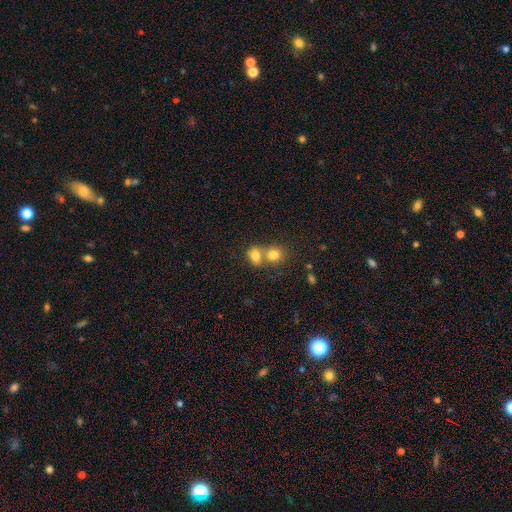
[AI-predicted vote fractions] The model was most divided on "how rounded": in between: 51%, round: 48%, cigar-shaped: 1%. More confident: smooth or featured — smooth (78%); merging — merger (60%).